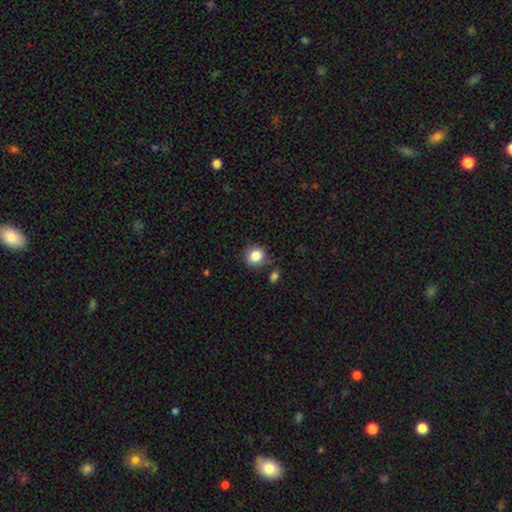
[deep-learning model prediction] The model was most divided on "merging": none: 78%, minor disturbance: 13%, merger: 5%, major disturbance: 4%. More confident: smooth or featured — smooth (85%); how rounded — round (83%).